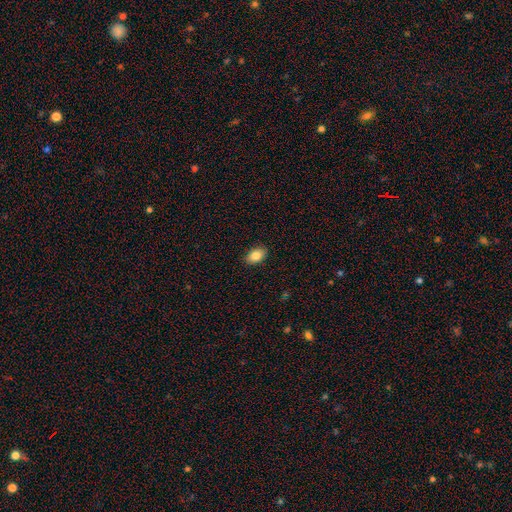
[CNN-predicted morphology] smooth 85%, star or artifact 8%, featured or disk 8%. Down the decision tree: how rounded — in between (88%); merging — none (88%).